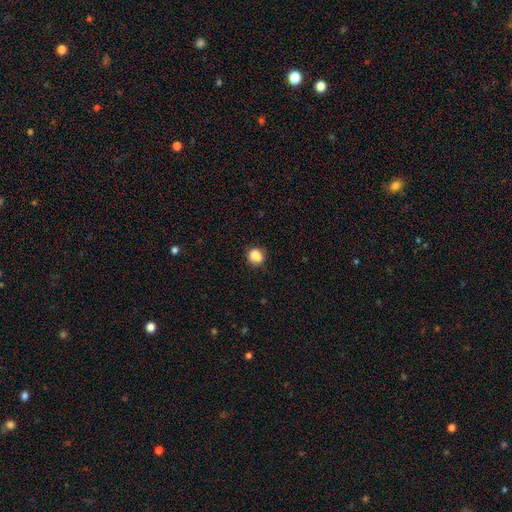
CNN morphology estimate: A smooth galaxy with no disk features (83%) that is round (66%). Merging: none (65%).